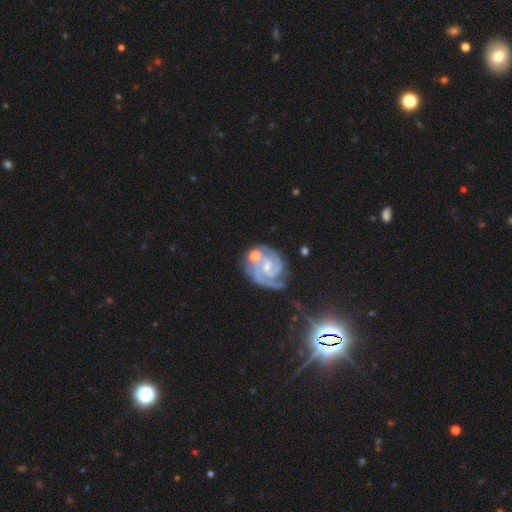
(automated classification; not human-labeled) smooth-or-featured: featured or disk: 85% | smooth: 9% | star or artifact: 6%
  disk-edge-on: no: 98% | yes: 2%
    bar: weak: 47% | no: 42% | strong: 11%
    has-spiral-arms: yes: 96% | no: 4%
      spiral-winding: tight: 56% | medium: 36% | loose: 8%
      spiral-arm-count: 2: 43% | 3: 23% | can't tell: 17% | 1: 7% | 4: 5% | more than 4: 4%
    bulge-size: small: 57% | moderate: 30% | none: 11% | large: 2% | dominant: 1%
  merging: none: 49% | minor disturbance: 20% | merger: 19% | major disturbance: 13%